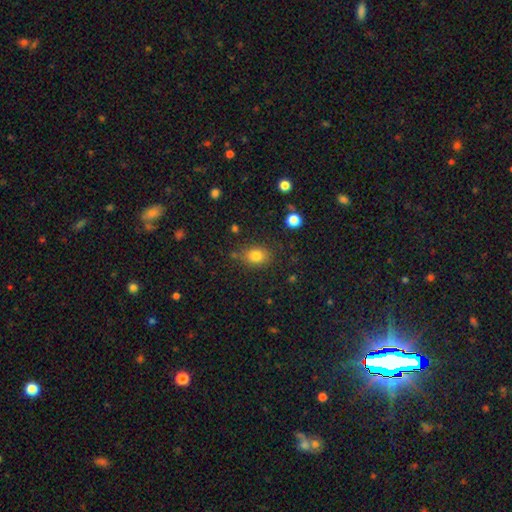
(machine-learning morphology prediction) The model was most divided on "how rounded": in between: 61%, round: 37%, cigar-shaped: 1%. More confident: smooth or featured — smooth (82%); merging — none (76%).